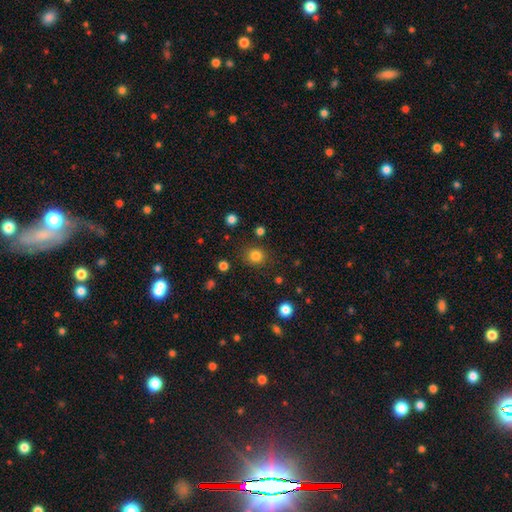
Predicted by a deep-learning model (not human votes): Smooth or featured?
  - smooth: 82% *
  - star or artifact: 13%
  - featured or disk: 5%
How rounded?
  - round: 85% *
  - in between: 14%
  - cigar-shaped: 1%
Merging?
  - none: 86% *
  - minor disturbance: 8%
  - major disturbance: 3%
  - merger: 2%